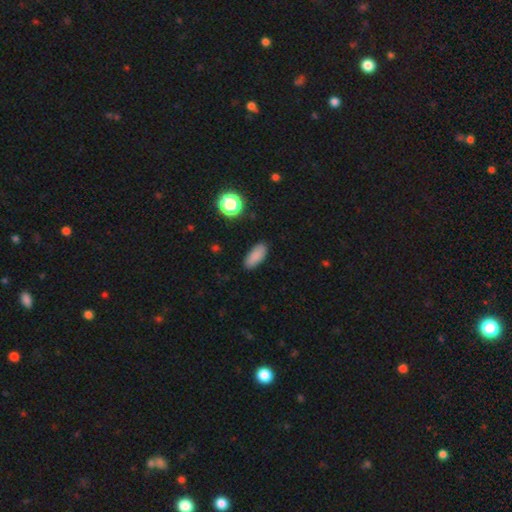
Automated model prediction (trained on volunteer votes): Smooth or featured? smooth (85%)
How rounded? in between (84%)
Merging? none (88%)